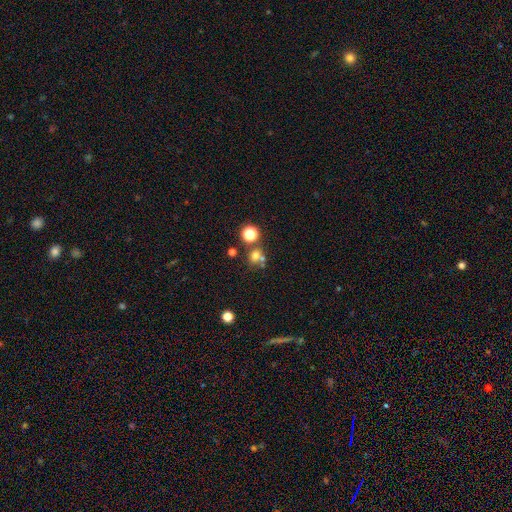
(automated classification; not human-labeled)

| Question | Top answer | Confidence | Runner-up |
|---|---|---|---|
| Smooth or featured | smooth | 65% | star or artifact (24%) |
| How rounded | round | 81% | in between (18%) |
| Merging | none | 57% | merger (30%) |